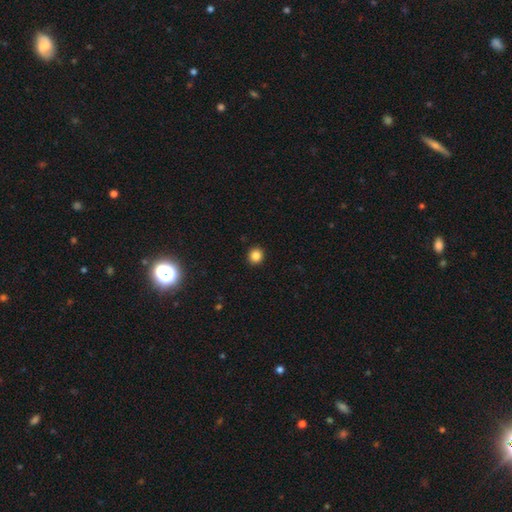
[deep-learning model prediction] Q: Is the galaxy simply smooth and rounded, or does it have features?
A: smooth — 85%.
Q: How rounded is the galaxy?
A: round — 91%.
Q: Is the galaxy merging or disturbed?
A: none — 93%.